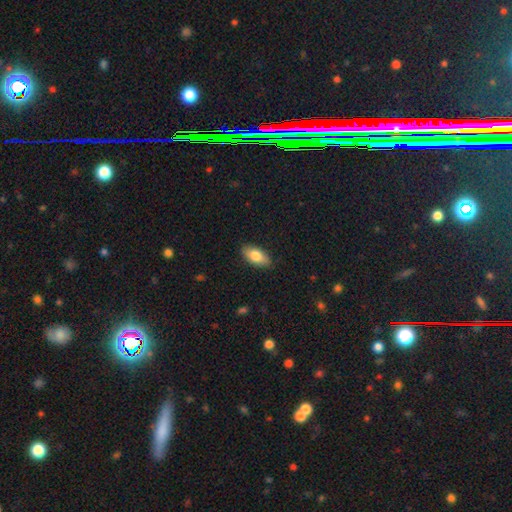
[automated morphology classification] This appears to be a smooth galaxy with no disk features (79%) that is in between round and cigar-shaped (89%). Merging: none (87%).